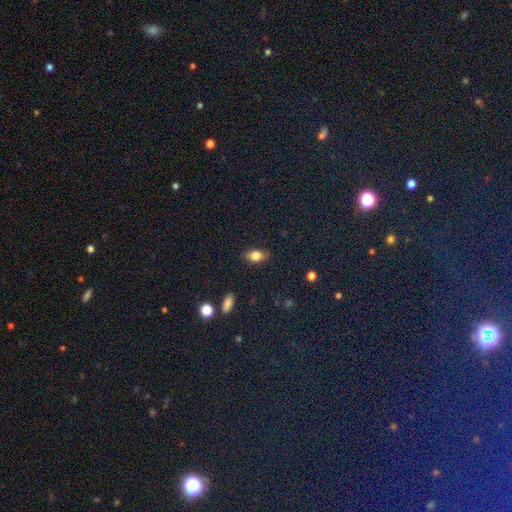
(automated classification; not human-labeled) This is clearly a smooth galaxy (80%). How rounded: clearly in between (83%). Merging: clearly none (85%).